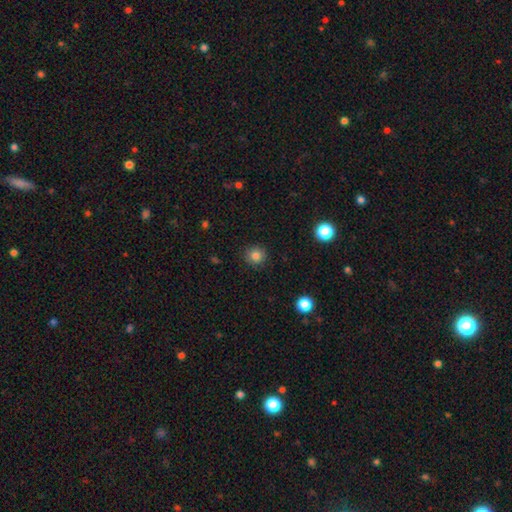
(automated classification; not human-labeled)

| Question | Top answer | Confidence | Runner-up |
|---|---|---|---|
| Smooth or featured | smooth | 82% | star or artifact (12%) |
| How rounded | round | 92% | in between (7%) |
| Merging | none | 90% | minor disturbance (7%) |